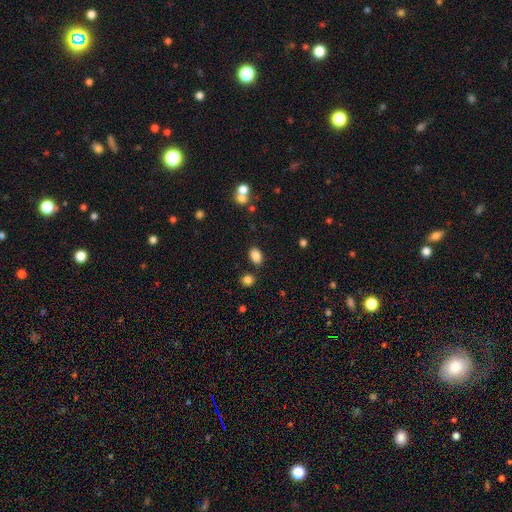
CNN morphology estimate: smooth-or-featured: smooth: 85% | star or artifact: 10% | featured or disk: 5%
  how-rounded: in between: 82% | round: 17% | cigar-shaped: 1%
  merging: none: 80% | minor disturbance: 11% | merger: 6% | major disturbance: 3%